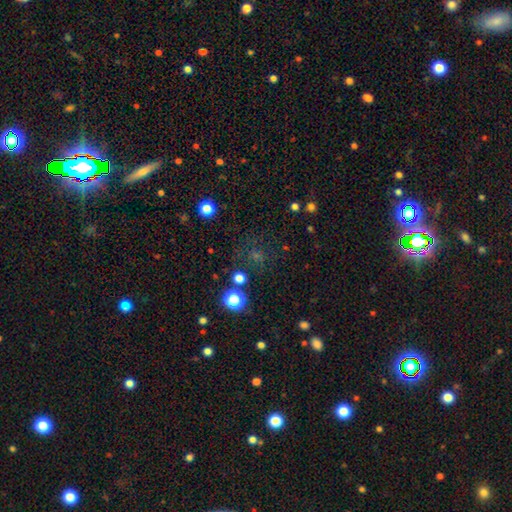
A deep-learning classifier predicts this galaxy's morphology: type=star or artifact (47%).